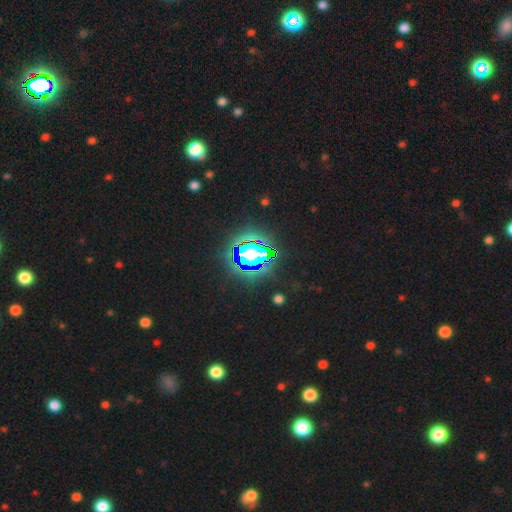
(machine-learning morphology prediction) Smooth or featured?
  - star or artifact: 73% *
  - smooth: 15%
  - featured or disk: 12%